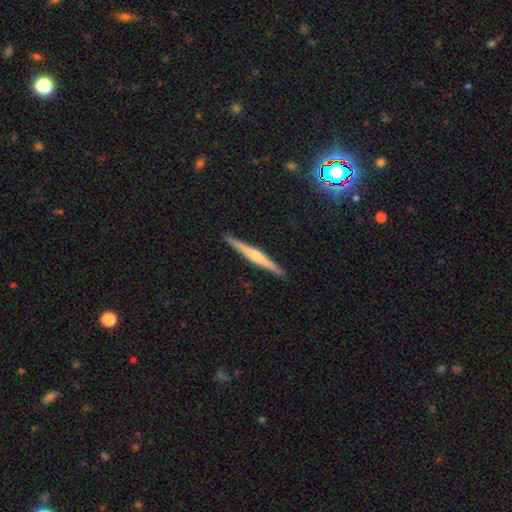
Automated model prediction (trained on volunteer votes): The model was most divided on "edge-on bulge": rounded: 57%, none: 29%, boxy: 14%. More confident: edge-on disk — yes (98%); merging — none (92%); smooth or featured — featured or disk (62%).